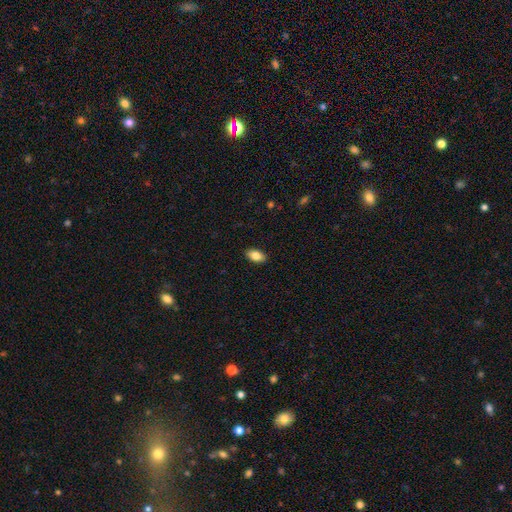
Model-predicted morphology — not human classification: Smooth or featured? Predicted: smooth (p=0.86). How rounded? Predicted: in between (p=0.92). Merging? Predicted: none (p=0.89).